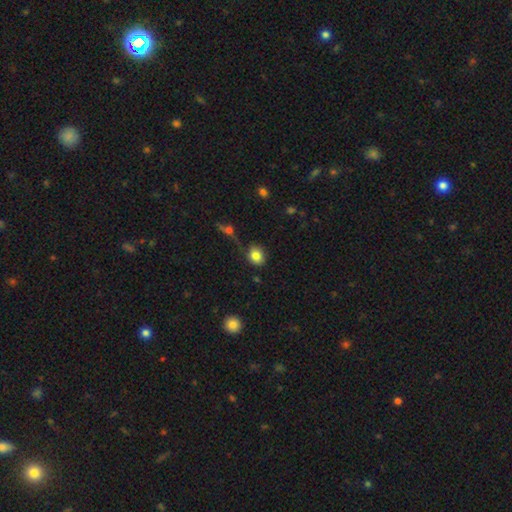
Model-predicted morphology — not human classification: Smooth or featured? Predicted: smooth (p=0.82). How rounded? Predicted: round (p=0.62). Merging? Predicted: none (p=0.71).